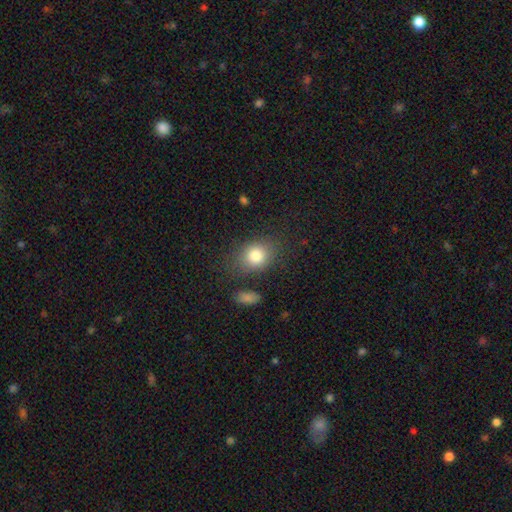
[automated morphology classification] The model was most divided on "how rounded": in between: 50%, round: 48%, cigar-shaped: 1%. More confident: smooth or featured — smooth (81%); merging — none (73%).